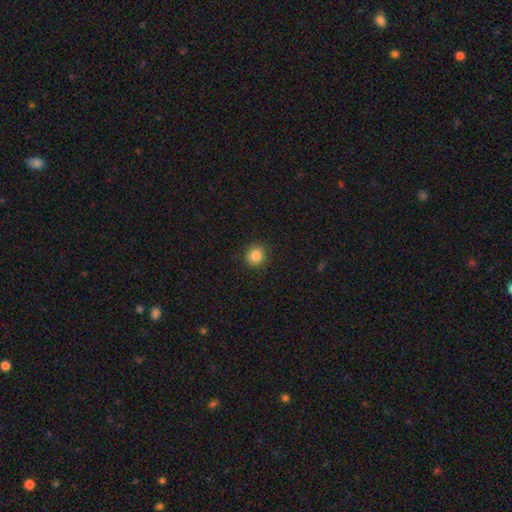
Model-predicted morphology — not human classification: This appears to be a smooth galaxy with no disk features (85%) that is round (86%). Merging: none (90%).